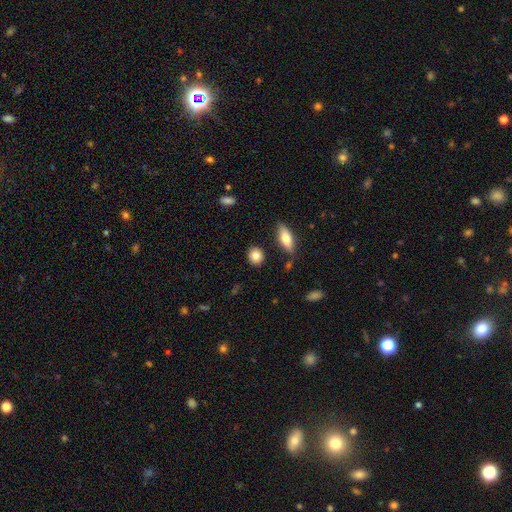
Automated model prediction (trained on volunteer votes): smooth_or_featured: smooth (p=0.84) [alt: star or artifact p=0.08]
how_rounded: round (p=0.69) [alt: in between p=0.28]
merging: none (p=0.86) [alt: minor disturbance p=0.09]